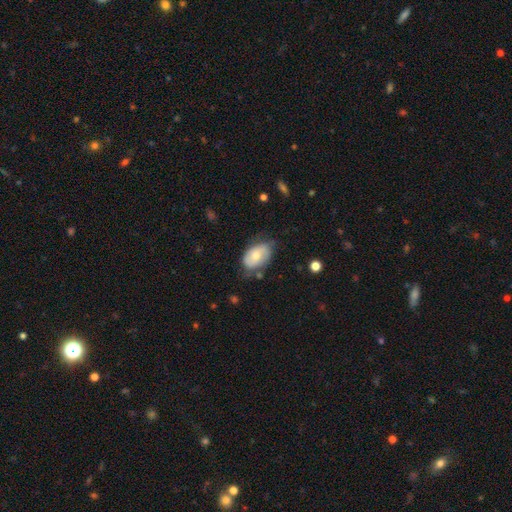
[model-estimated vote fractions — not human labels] A smooth galaxy with no disk features (60%) that is in between round and cigar-shaped (91%).

Vote fractions:
- Smooth or featured? smooth: 60% / featured or disk: 33% / star or artifact: 7%
- How rounded? in between: 91% / round: 8% / cigar-shaped: 1%
- Merging? none: 61% / minor disturbance: 29% / major disturbance: 8% / merger: 3%